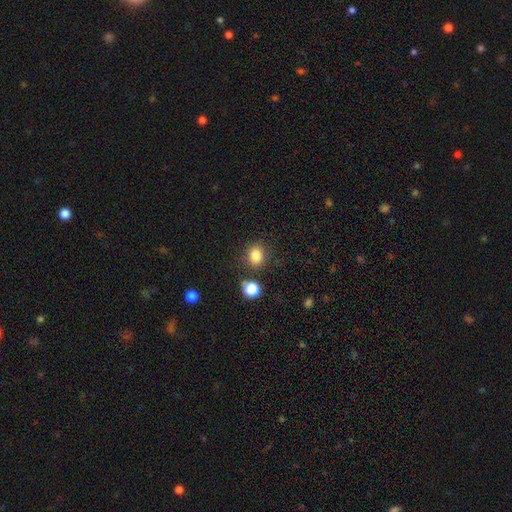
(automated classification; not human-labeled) smooth-or-featured: smooth: 82% | star or artifact: 13% | featured or disk: 6%
  how-rounded: round: 62% | in between: 37% | cigar-shaped: 1%
  merging: none: 81% | minor disturbance: 11% | merger: 5% | major disturbance: 4%